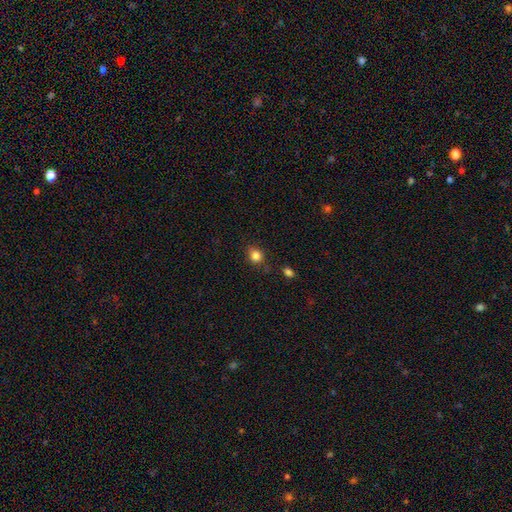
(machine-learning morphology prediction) A smooth galaxy with no disk features (83%) that is round (74%). Merging: none (80%).